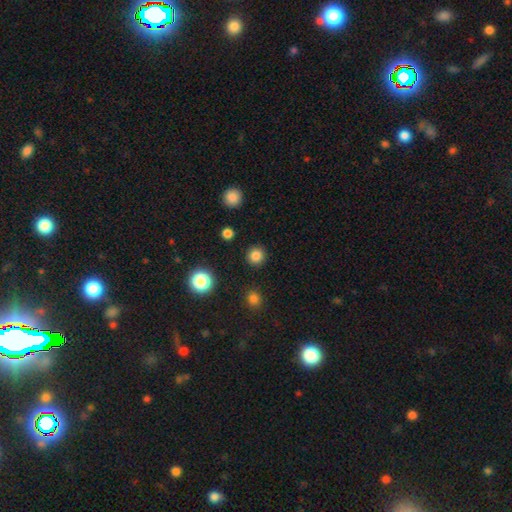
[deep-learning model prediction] Smooth or featured: smooth — 83% (star or artifact — 13%)
How rounded: round — 94% (in between — 5%)
Merging: none — 91% (minor disturbance — 5%)